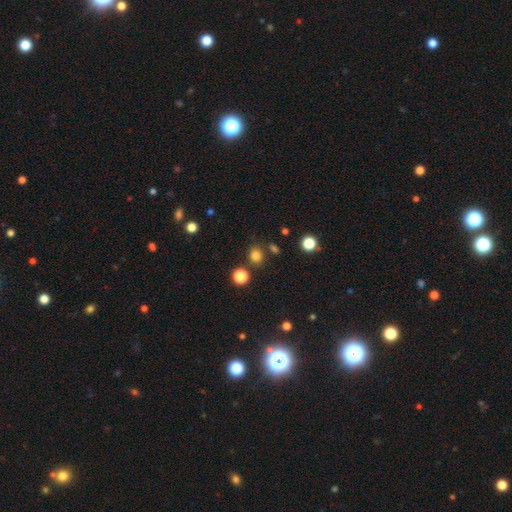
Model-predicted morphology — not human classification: A smooth galaxy with no disk features (80%) that is round (71%).

Vote fractions:
- Smooth or featured? smooth: 80% / star or artifact: 15% / featured or disk: 5%
- How rounded? round: 71% / in between: 28% / cigar-shaped: 1%
- Merging? none: 79% / minor disturbance: 10% / merger: 8% / major disturbance: 4%